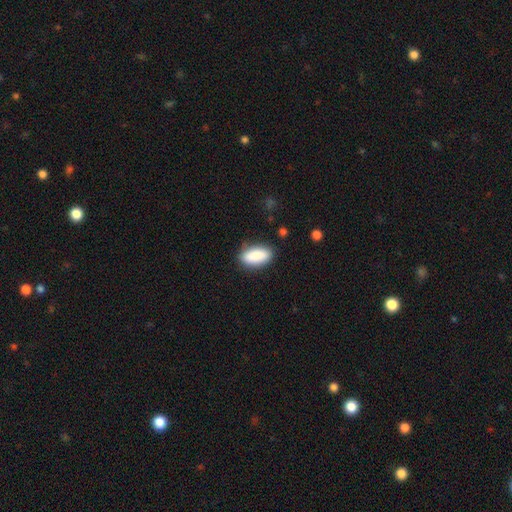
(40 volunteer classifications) This is clearly a smooth galaxy (90%). How rounded: clearly in between (92%). Merging: likely none (77%).